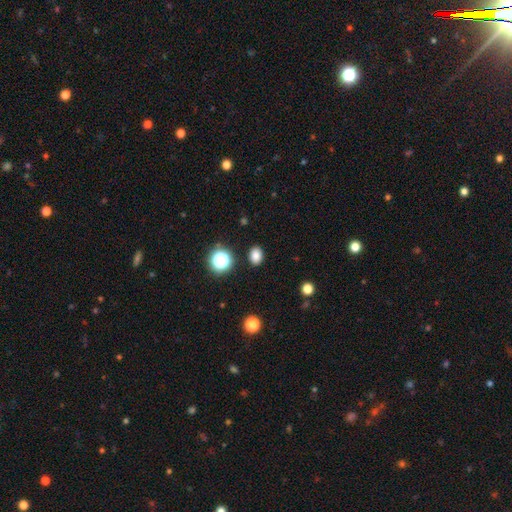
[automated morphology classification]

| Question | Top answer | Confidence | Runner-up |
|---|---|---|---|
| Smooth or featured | smooth | 82% | star or artifact (13%) |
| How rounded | in between | 62% | round (37%) |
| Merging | none | 89% | minor disturbance (7%) |